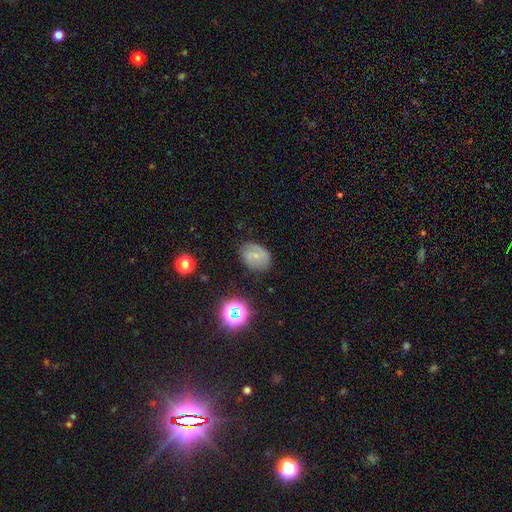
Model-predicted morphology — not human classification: Overall: smooth (50%; featured or disk 36%). How rounded: in between (62%; round 37%). Merging: none (77%).